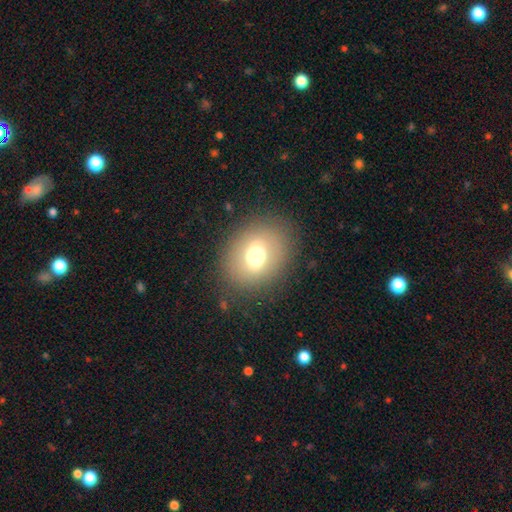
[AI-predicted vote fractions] Overall: smooth (64%). How rounded: round (52%; in between 47%). Merging: none (83%).